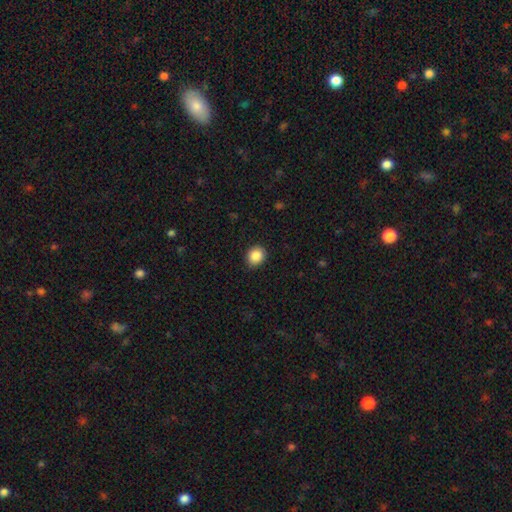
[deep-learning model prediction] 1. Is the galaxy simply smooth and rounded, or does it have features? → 88% smooth, 9% star or artifact, 3% featured or disk.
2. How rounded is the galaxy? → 69% round, 30% in between, 1% cigar-shaped.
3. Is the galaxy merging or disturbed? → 87% none, 10% minor disturbance, 2% major disturbance, 1% merger.